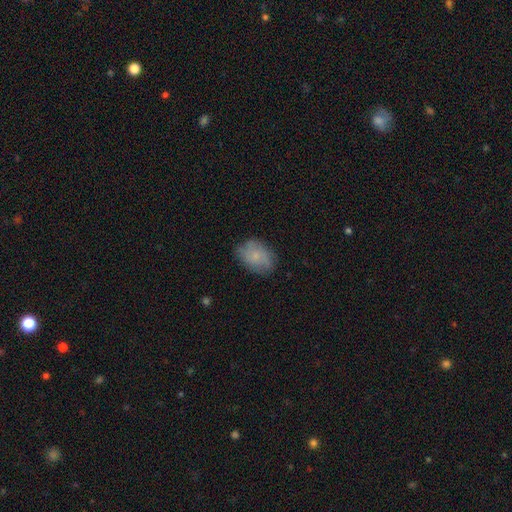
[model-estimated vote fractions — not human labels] A smooth galaxy with no disk features (69%) that is in between round and cigar-shaped (75%).

Vote fractions:
- Smooth or featured? smooth: 69% / featured or disk: 23% / star or artifact: 8%
- How rounded? in between: 75% / round: 23% / cigar-shaped: 1%
- Merging? none: 75% / minor disturbance: 19% / major disturbance: 5% / merger: 1%